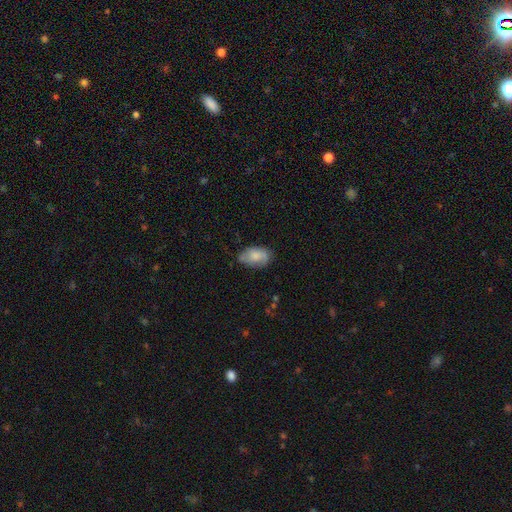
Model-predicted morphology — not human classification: smooth-or-featured: smooth: 69% | featured or disk: 24% | star or artifact: 7%
  how-rounded: in between: 91% | round: 7% | cigar-shaped: 2%
  merging: none: 63% | minor disturbance: 28% | major disturbance: 7% | merger: 2%